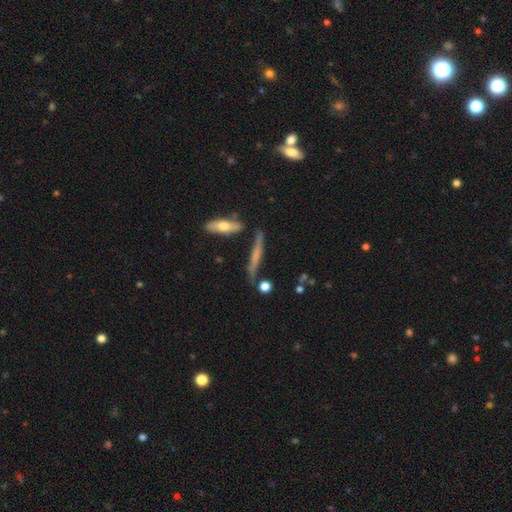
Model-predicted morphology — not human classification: smooth_or_featured: featured or disk (p=0.54) [alt: smooth p=0.37]
disk_edge_on: yes (p=0.93) [alt: no p=0.07]
merging: none (p=0.76) [alt: minor disturbance p=0.14]